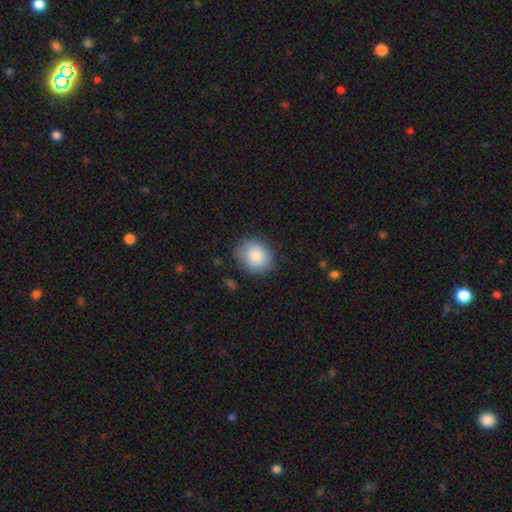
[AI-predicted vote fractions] Morphology: type=smooth (86%); roundness=round (60%); merging=none (81%).